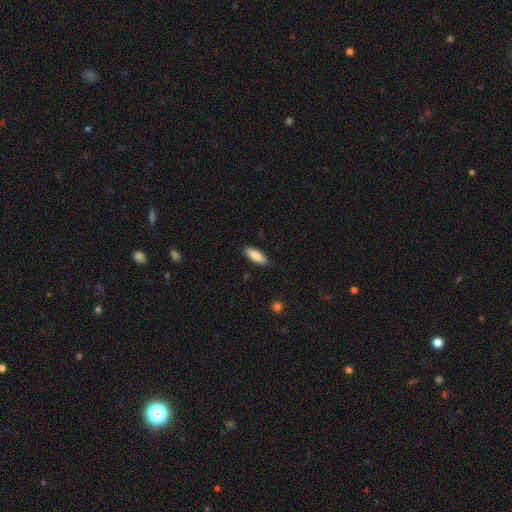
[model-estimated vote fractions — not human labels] Smooth or featured: smooth — 87% (featured or disk — 7%)
How rounded: in between — 67% (cigar-shaped — 32%)
Merging: none — 88% (minor disturbance — 9%)